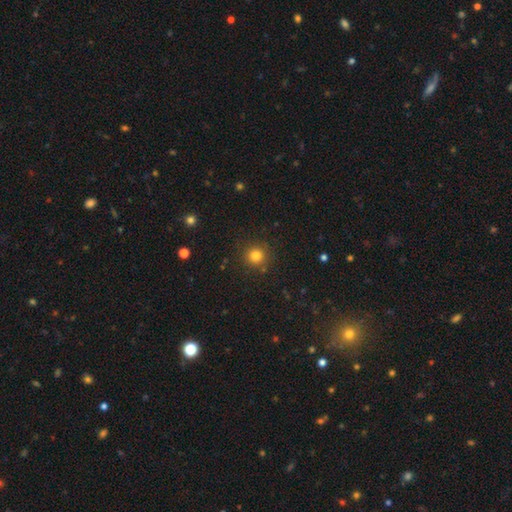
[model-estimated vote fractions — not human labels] Smooth or featured: smooth — 81% (star or artifact — 13%)
How rounded: round — 93% (in between — 7%)
Merging: none — 88% (minor disturbance — 7%)